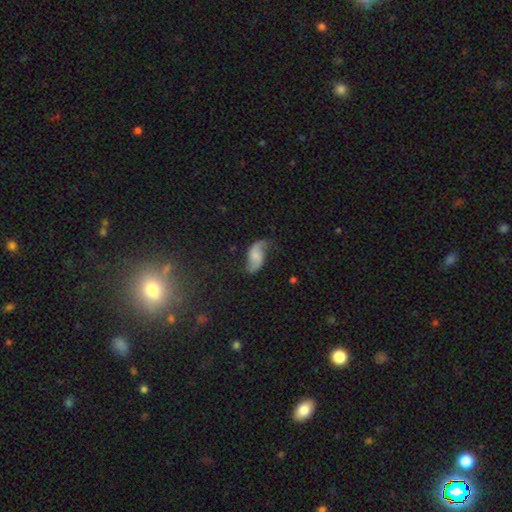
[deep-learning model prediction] Smooth or featured? Predicted: featured or disk (p=0.68). Edge-on disk? Predicted: no (p=0.96). Bar? Predicted: no (p=0.56). Spiral arms? Predicted: yes (p=0.93). Spiral winding? Predicted: loose (p=0.75). Spiral arm count? Predicted: 2 (p=0.89). Bulge size? Predicted: small (p=0.39). Merging? Predicted: none (p=0.61).